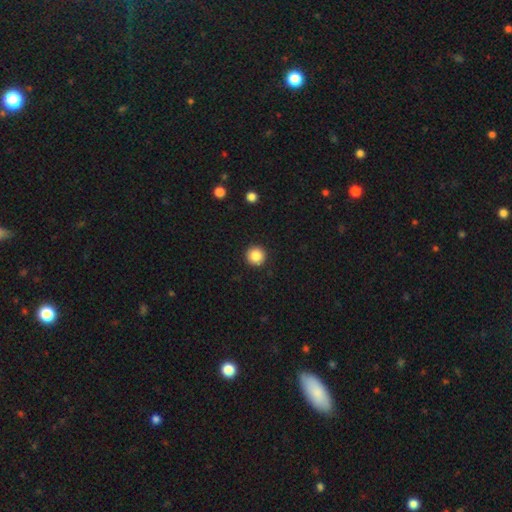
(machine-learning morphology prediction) type=smooth (86%); roundness=round (96%); merging=none (93%).